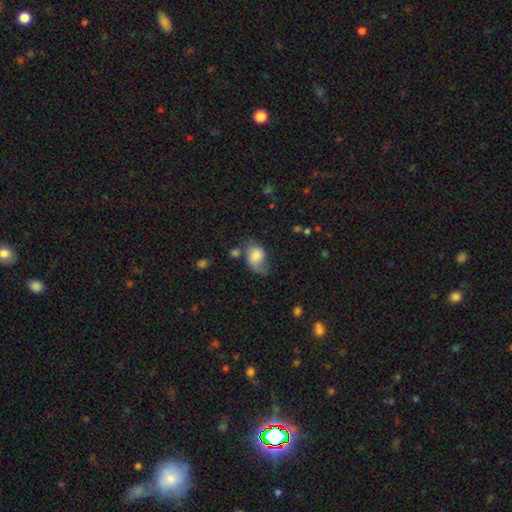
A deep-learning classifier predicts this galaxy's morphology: This is likely a smooth galaxy (70%). How rounded: likely in between (79%). Merging: marginally minor disturbance (35%, tied with none).